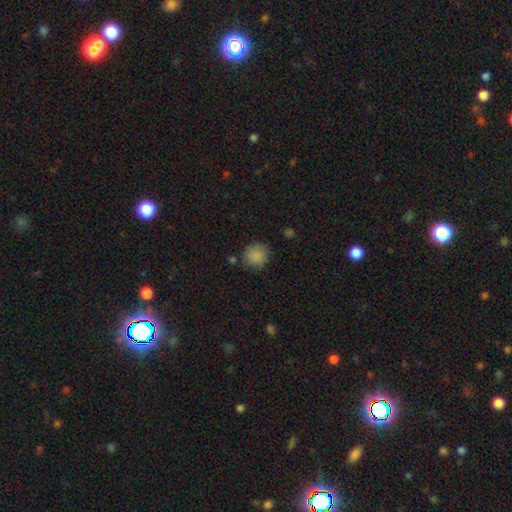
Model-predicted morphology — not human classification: Smooth or featured? Predicted: smooth (p=0.86). How rounded? Predicted: round (p=0.89). Merging? Predicted: none (p=0.75).